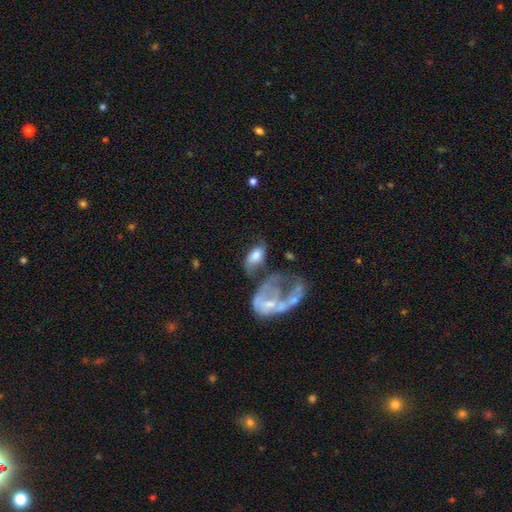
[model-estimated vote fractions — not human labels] Smooth or featured?
  - smooth: 61% *
  - featured or disk: 31%
  - star or artifact: 8%
How rounded?
  - in between: 90% *
  - round: 7%
  - cigar-shaped: 2%
Merging?
  - merger: 30% *
  - none: 28%
  - major disturbance: 26%
  - minor disturbance: 16%